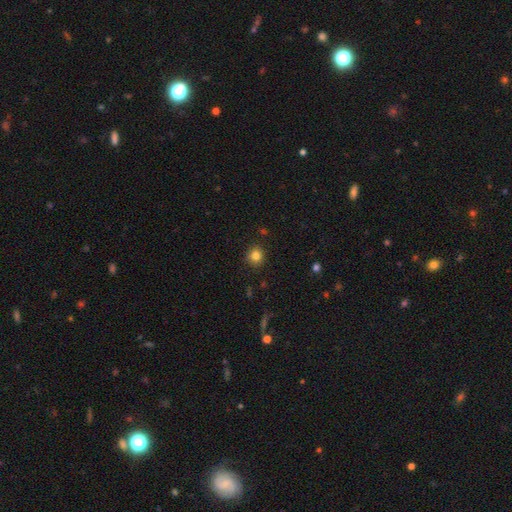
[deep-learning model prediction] Smooth or featured: smooth — 82% (star or artifact — 12%)
How rounded: round — 88% (in between — 11%)
Merging: none — 90% (minor disturbance — 7%)